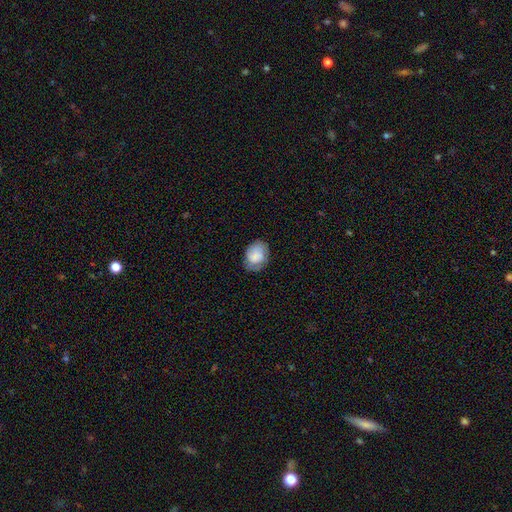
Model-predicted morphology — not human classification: Overall: smooth (73%). How rounded: in between (63%; round 37%). Merging: none (68%).